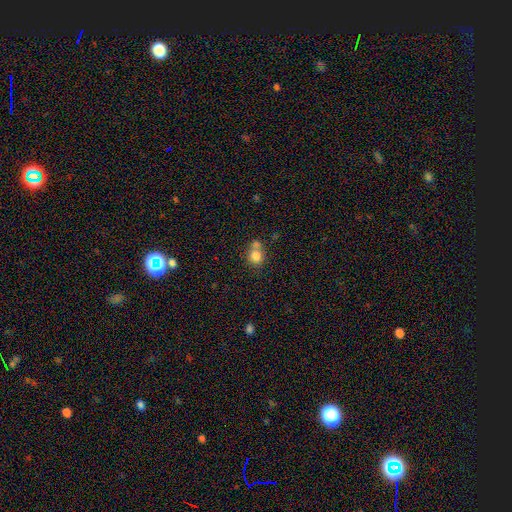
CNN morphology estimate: Smooth or featured: smooth — 80% (star or artifact — 11%)
How rounded: round — 73% (in between — 26%)
Merging: none — 46% (merger — 38%)